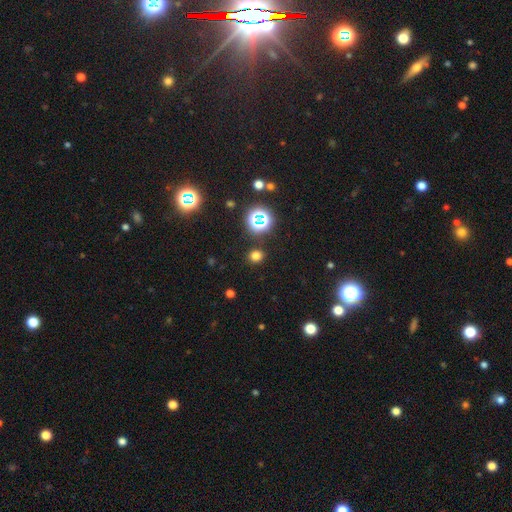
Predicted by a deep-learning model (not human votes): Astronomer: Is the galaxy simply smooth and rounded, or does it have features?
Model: smooth — 71%.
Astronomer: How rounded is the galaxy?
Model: round — 78%.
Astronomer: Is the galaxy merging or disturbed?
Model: none — 88%.